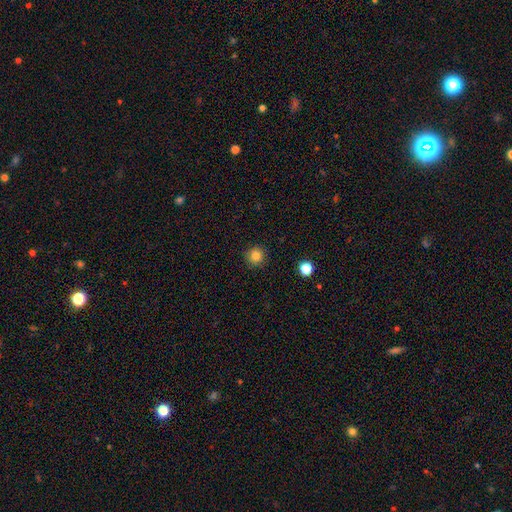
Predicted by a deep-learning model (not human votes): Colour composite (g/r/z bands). It shows a smooth galaxy with no disk features (83%) that is round (95%). Merging: none (91%).